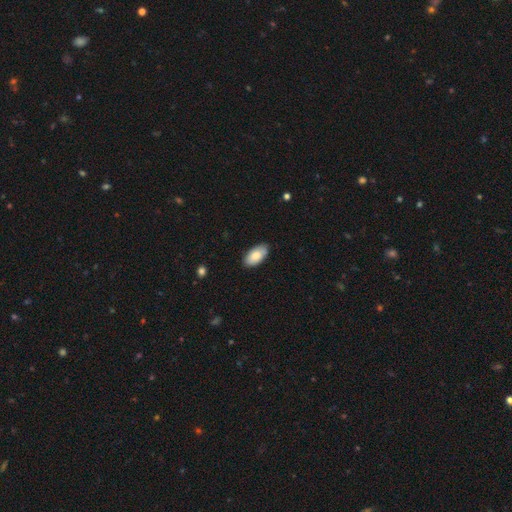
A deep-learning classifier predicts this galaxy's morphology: smooth 79%, featured or disk 14%, star or artifact 6%. Down the decision tree: how rounded — in between (94%); merging — none (85%).